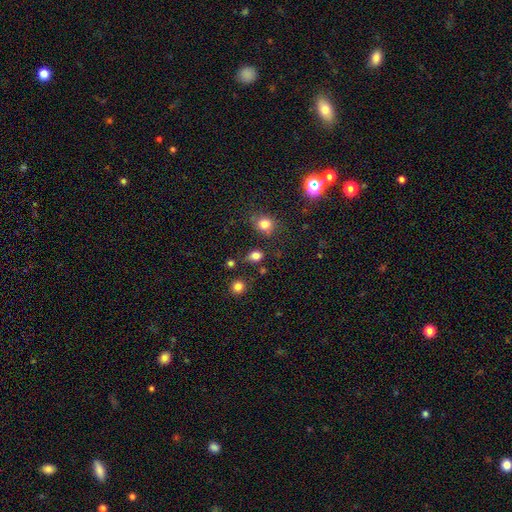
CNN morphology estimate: smooth 81%, star or artifact 13%, featured or disk 6%. Down the decision tree: how rounded — round (51%); merging — none (73%).